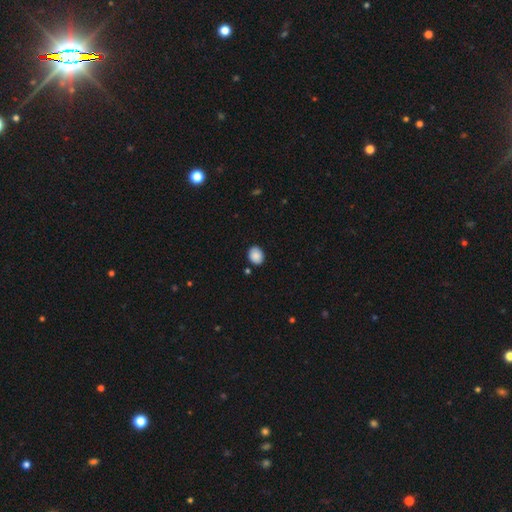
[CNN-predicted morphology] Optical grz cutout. It shows a smooth galaxy with no disk features (88%) that is in between round and cigar-shaped (51%). Merging: none (86%).